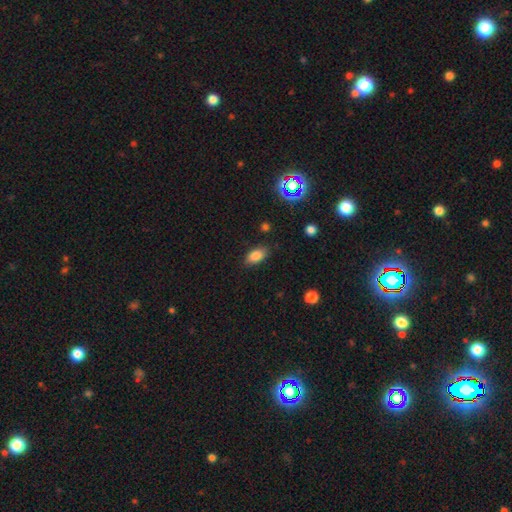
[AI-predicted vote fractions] Smooth or featured? smooth (83%)
How rounded? in between (89%)
Merging? none (83%)